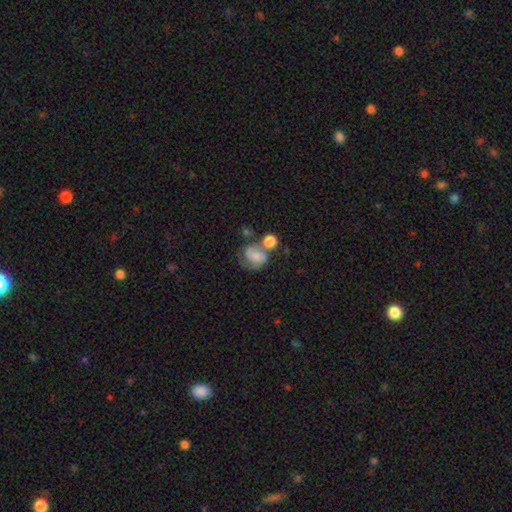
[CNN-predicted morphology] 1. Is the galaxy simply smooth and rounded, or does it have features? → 53% featured or disk, 38% smooth, 9% star or artifact.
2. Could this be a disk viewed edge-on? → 98% no, 2% yes.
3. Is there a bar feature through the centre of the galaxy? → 60% no, 32% weak, 8% strong.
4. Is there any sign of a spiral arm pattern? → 85% yes, 15% no.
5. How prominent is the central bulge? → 35% small, 30% moderate, 24% none, 9% large, 3% dominant.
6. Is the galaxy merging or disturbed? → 37% merger, 33% none, 17% minor disturbance, 13% major disturbance.